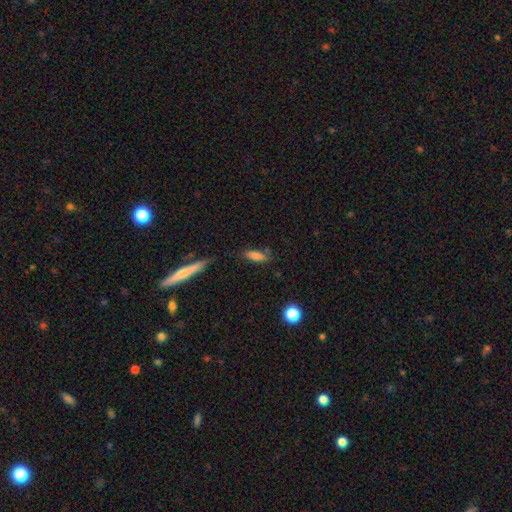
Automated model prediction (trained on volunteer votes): smooth 80%, featured or disk 11%, star or artifact 9%. Down the decision tree: how rounded — in between (60%); merging — none (68%).